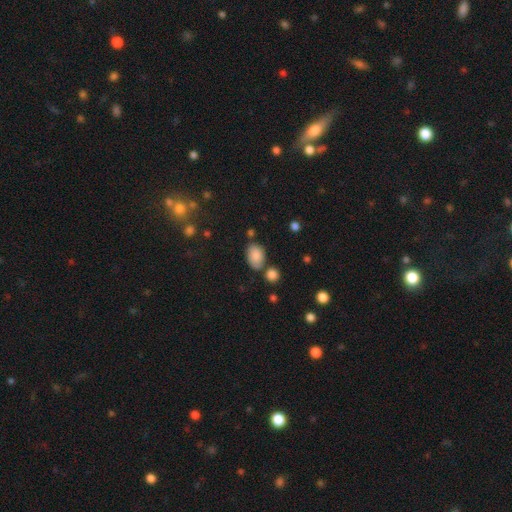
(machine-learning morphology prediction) Overall: smooth (83%). How rounded: in between (83%). Merging: none (59%; minor disturbance 21%).